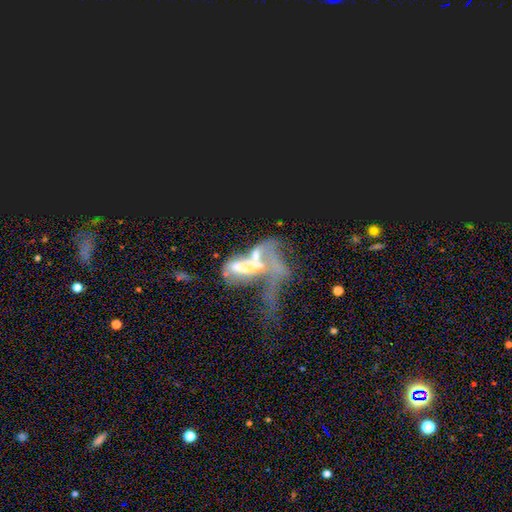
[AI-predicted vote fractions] Q: Smooth or featured?
A: featured or disk (61%); runner-up: smooth (24%)
Q: Edge-on disk?
A: no (92%); runner-up: yes (8%)
Q: Bar?
A: no (66%); runner-up: strong (19%)
Q: Spiral arms?
A: no (81%); runner-up: yes (19%)
Q: Bulge size?
A: none (42%); runner-up: moderate (24%)
Q: Merging?
A: merger (56%); runner-up: major disturbance (33%)